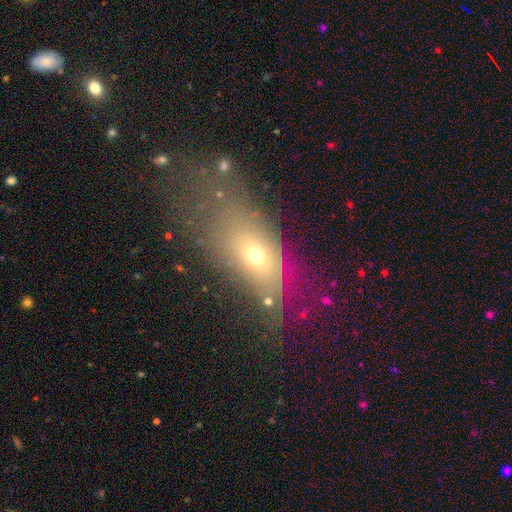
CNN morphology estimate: A smooth galaxy with no disk features (55%) that is in between round and cigar-shaped (73%). Merging: none (38%).